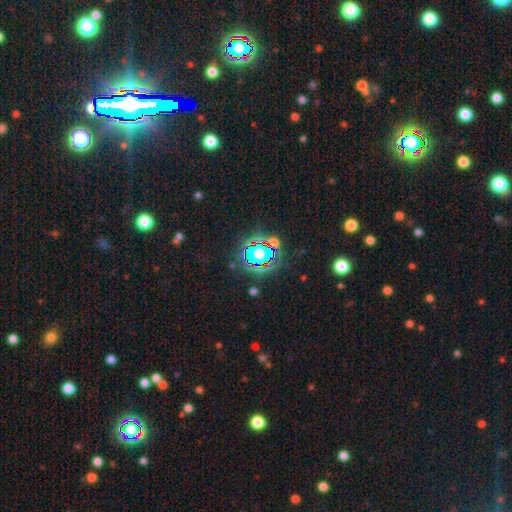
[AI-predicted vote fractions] smooth_or_featured: star or artifact (p=0.69) [alt: smooth p=0.20]